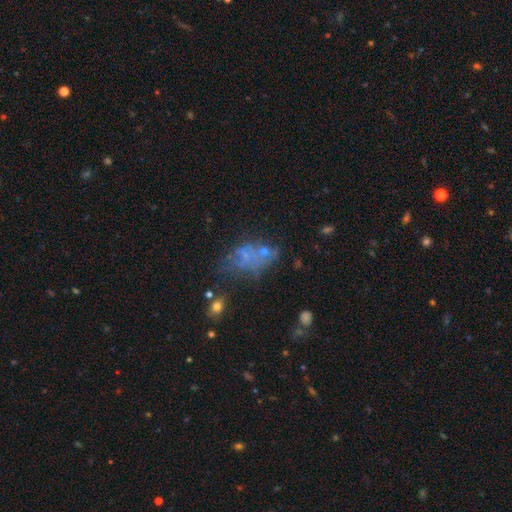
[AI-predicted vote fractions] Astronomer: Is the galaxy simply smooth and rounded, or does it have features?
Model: smooth — 36% (runner-up: featured or disk, 35%).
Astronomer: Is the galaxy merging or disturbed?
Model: none — 39% (runner-up: major disturbance, 27%).